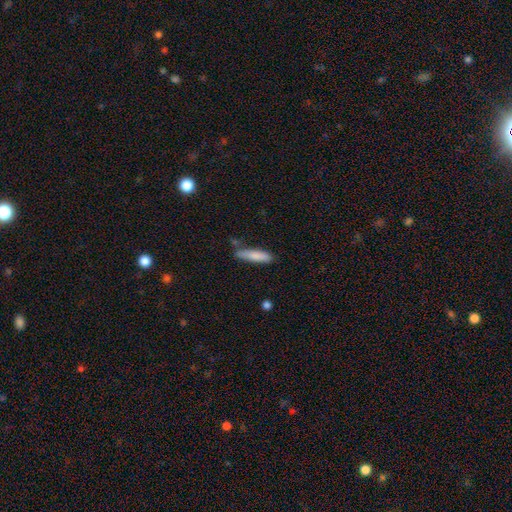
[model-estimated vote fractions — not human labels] Smooth or featured: smooth — 82% (featured or disk — 12%)
How rounded: cigar-shaped — 75% (in between — 24%)
Merging: none — 67% (minor disturbance — 23%)